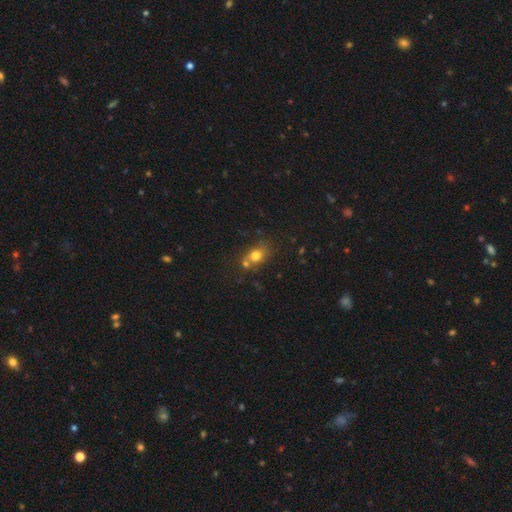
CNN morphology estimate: type=smooth (74%); roundness=round (52%); merging=none (54%).